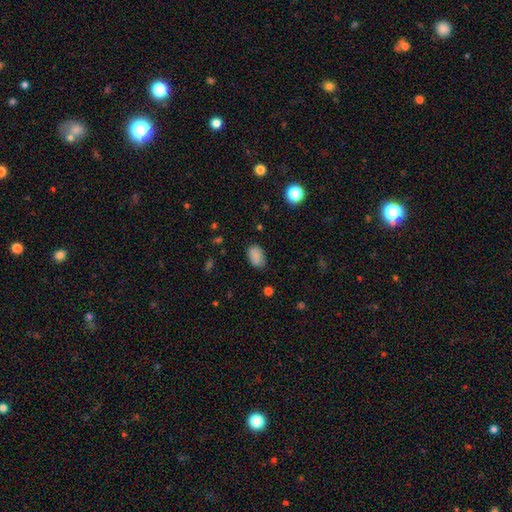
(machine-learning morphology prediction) smooth 86%, star or artifact 9%, featured or disk 5%. Down the decision tree: how rounded — in between (87%); merging — none (81%).